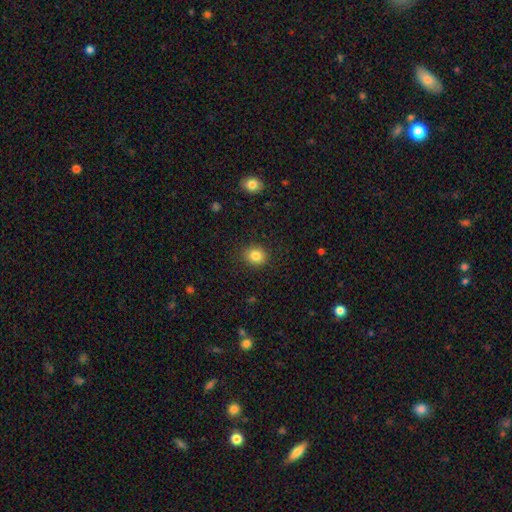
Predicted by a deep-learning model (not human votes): A smooth galaxy with no disk features (84%) that is round (70%). Merging: none (88%).